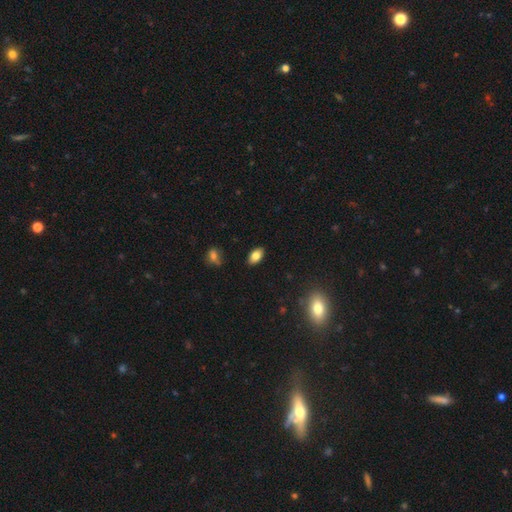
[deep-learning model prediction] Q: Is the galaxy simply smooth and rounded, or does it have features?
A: smooth — 80%.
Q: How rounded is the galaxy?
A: in between — 92%.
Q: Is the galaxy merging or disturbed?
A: none — 88%.